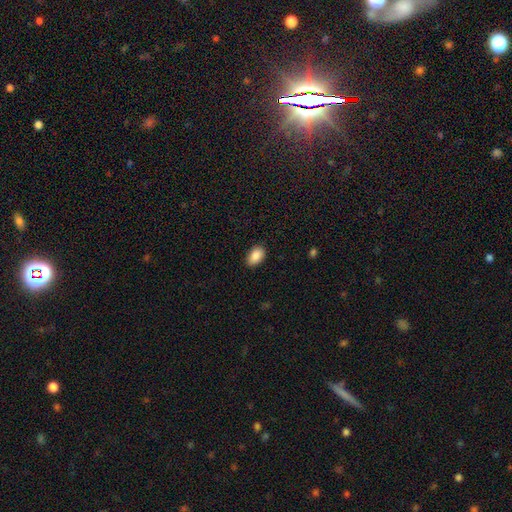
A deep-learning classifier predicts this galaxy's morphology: type=smooth (89%); roundness=in between (91%); merging=none (84%).